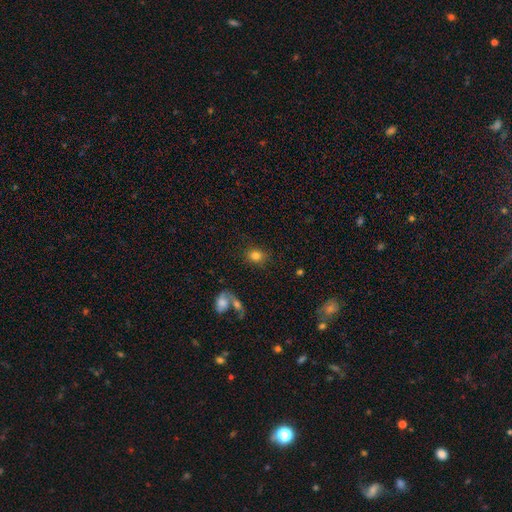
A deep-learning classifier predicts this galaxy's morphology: smooth 82%, star or artifact 10%, featured or disk 8%. Down the decision tree: how rounded — round (57%); merging — none (81%).